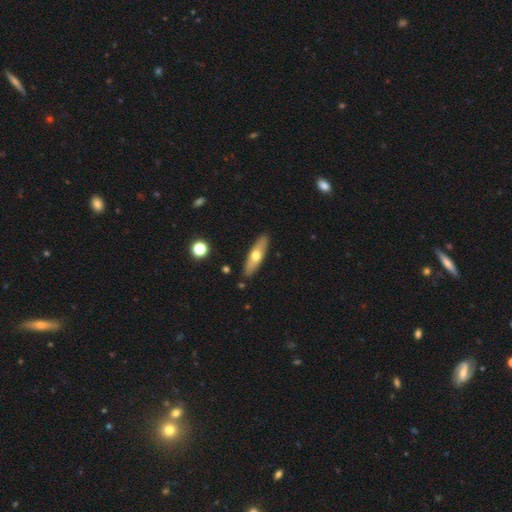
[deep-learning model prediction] Morphology: type=smooth (53%); roundness=cigar-shaped (57%); merging=none (88%).